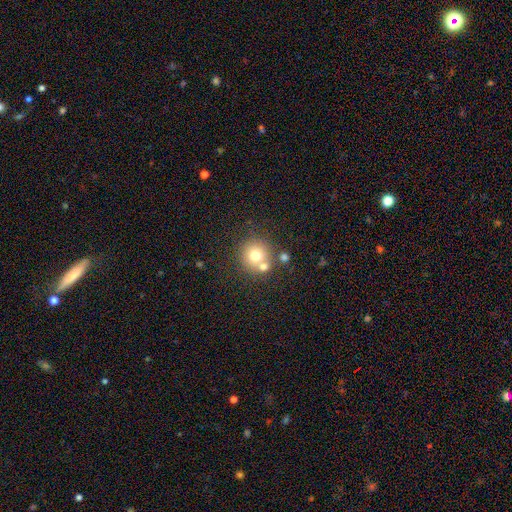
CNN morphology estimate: This appears to be a smooth galaxy with no disk features (72%) that is round (92%). Merging: none (61%).